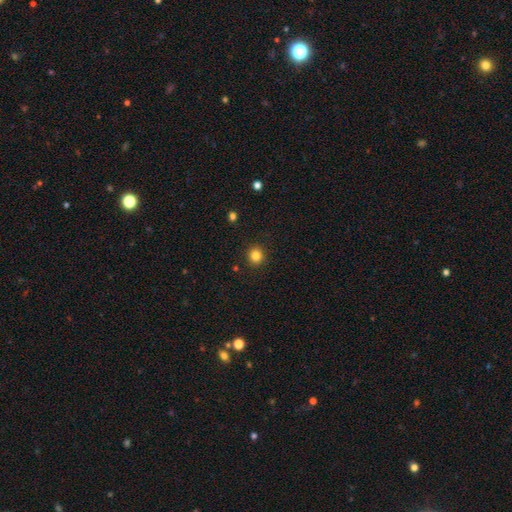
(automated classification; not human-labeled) smooth-or-featured: smooth: 83% | star or artifact: 12% | featured or disk: 5%
  how-rounded: round: 91% | in between: 8% | cigar-shaped: 1%
  merging: none: 91% | minor disturbance: 6% | major disturbance: 2% | merger: 1%